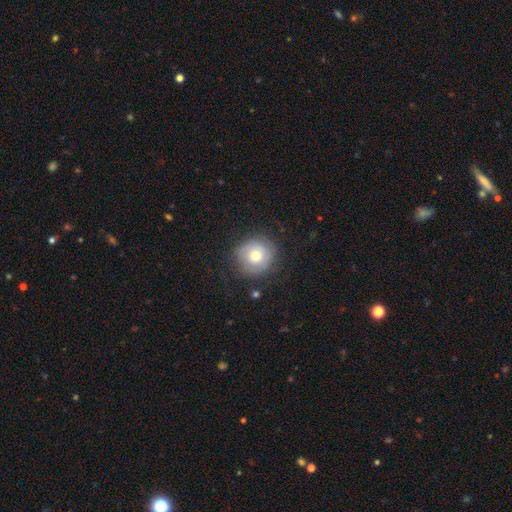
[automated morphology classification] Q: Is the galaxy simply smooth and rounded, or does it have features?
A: smooth — 61%.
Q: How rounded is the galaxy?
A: round — 90%.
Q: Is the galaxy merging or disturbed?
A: none — 75%.